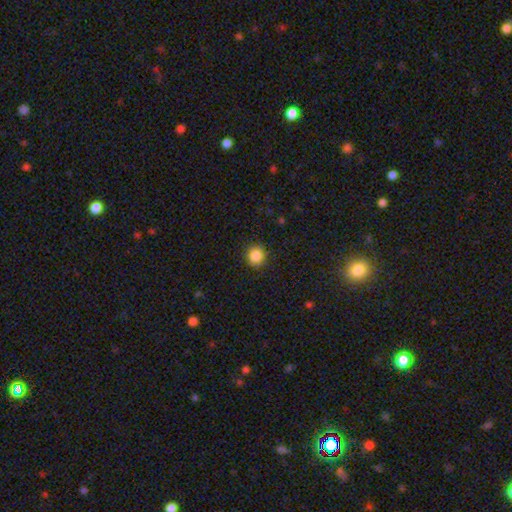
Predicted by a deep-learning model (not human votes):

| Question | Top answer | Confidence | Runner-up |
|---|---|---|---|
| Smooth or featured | smooth | 86% | star or artifact (10%) |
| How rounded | round | 88% | in between (11%) |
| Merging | none | 90% | minor disturbance (7%) |